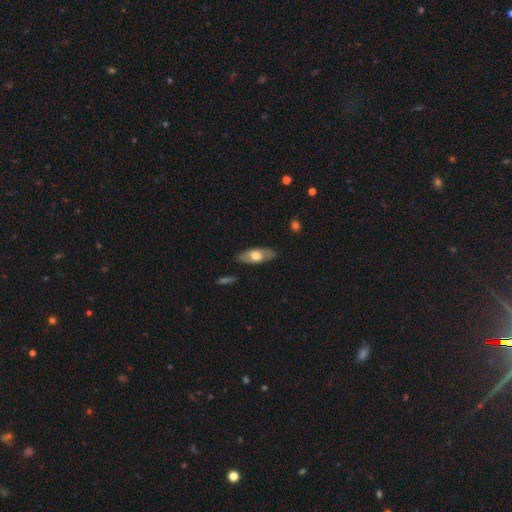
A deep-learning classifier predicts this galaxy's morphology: A smooth galaxy with no disk features (56%) that is in between round and cigar-shaped (76%).

Vote fractions:
- Smooth or featured? smooth: 56% / featured or disk: 39% / star or artifact: 6%
- How rounded? in between: 76% / cigar-shaped: 21% / round: 3%
- Merging? none: 84% / minor disturbance: 12% / major disturbance: 3% / merger: 1%